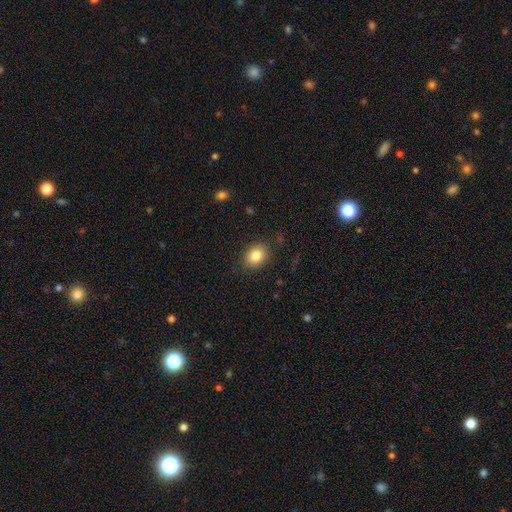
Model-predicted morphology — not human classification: smooth-or-featured: smooth: 83% | star or artifact: 9% | featured or disk: 8%
  how-rounded: in between: 64% | round: 35% | cigar-shaped: 1%
  merging: none: 85% | minor disturbance: 10% | major disturbance: 3% | merger: 1%